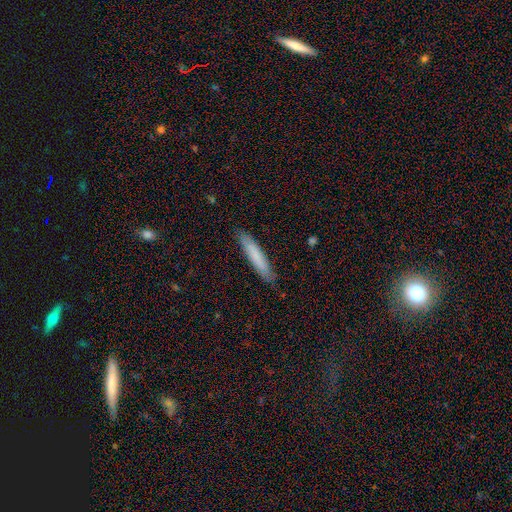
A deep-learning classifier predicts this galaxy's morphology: Smooth or featured? Predicted: smooth (p=0.79). How rounded? Predicted: cigar-shaped (p=0.91). Merging? Predicted: none (p=0.87).